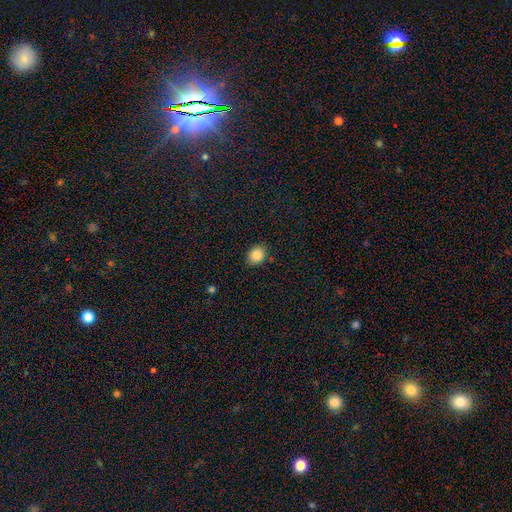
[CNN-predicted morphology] type=smooth (86%); roundness=round (60%); merging=none (85%).